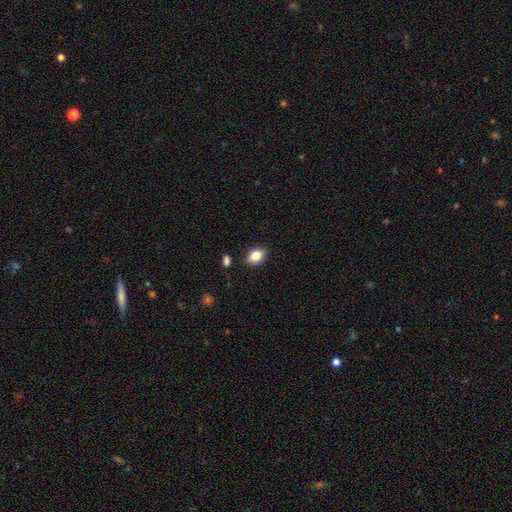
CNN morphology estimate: Smooth or featured? Predicted: smooth (p=0.81). How rounded? Predicted: in between (p=0.77). Merging? Predicted: none (p=0.84).